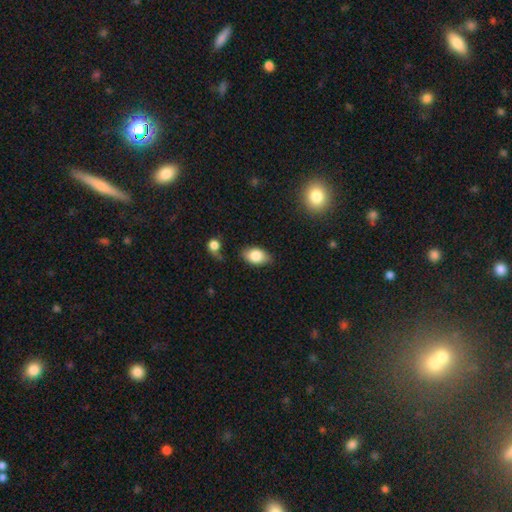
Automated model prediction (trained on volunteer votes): A smooth galaxy with no disk features (83%) that is in between round and cigar-shaped (89%).

Vote fractions:
- Smooth or featured? smooth: 83% / featured or disk: 10% / star or artifact: 8%
- How rounded? in between: 89% / round: 9% / cigar-shaped: 2%
- Merging? none: 77% / minor disturbance: 15% / merger: 4% / major disturbance: 4%